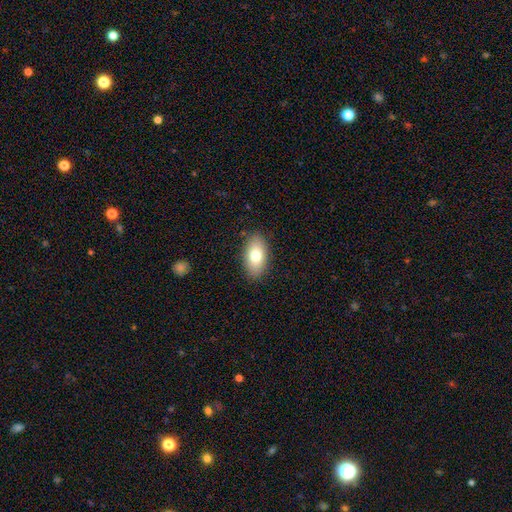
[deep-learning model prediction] Smooth or featured?
  - smooth: 75% *
  - featured or disk: 18%
  - star or artifact: 7%
How rounded?
  - in between: 92% *
  - round: 5%
  - cigar-shaped: 4%
Merging?
  - none: 87% *
  - minor disturbance: 9%
  - major disturbance: 2%
  - merger: 1%